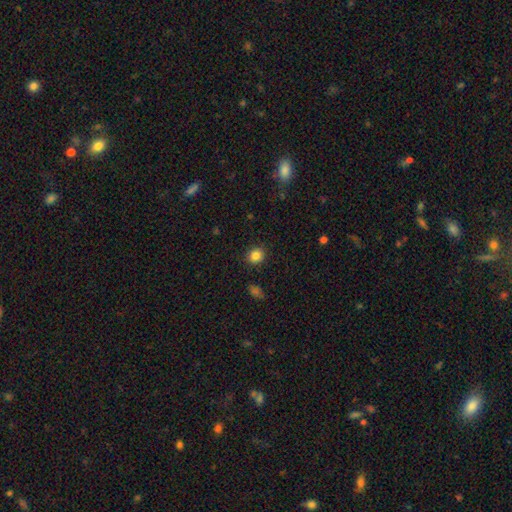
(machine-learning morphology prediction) Overall: smooth (84%). How rounded: round (82%). Merging: none (90%).